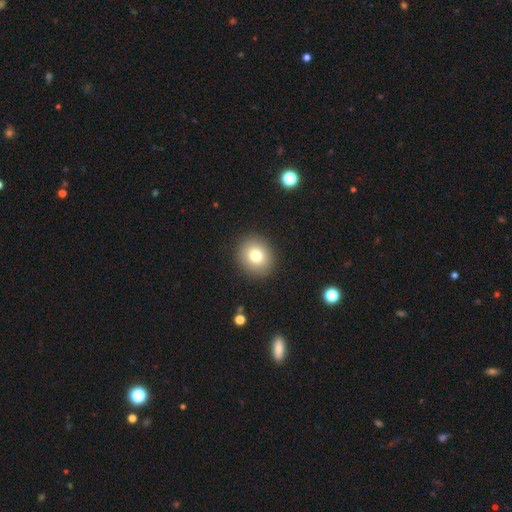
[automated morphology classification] Smooth or featured? Predicted: smooth (p=0.78). How rounded? Predicted: round (p=0.79). Merging? Predicted: none (p=0.90).